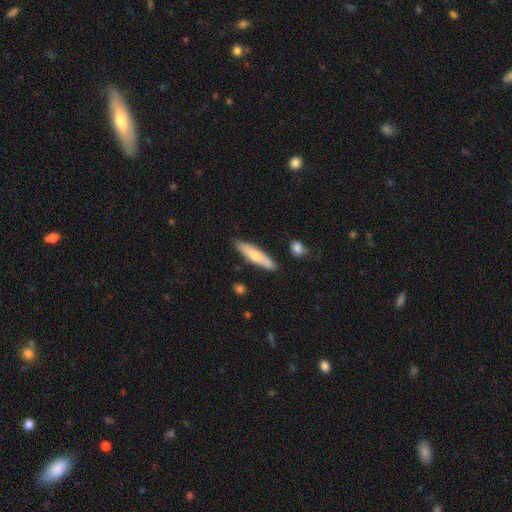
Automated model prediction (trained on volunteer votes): Smooth or featured? Predicted: smooth (p=0.63). How rounded? Predicted: cigar-shaped (p=0.78). Merging? Predicted: none (p=0.82).